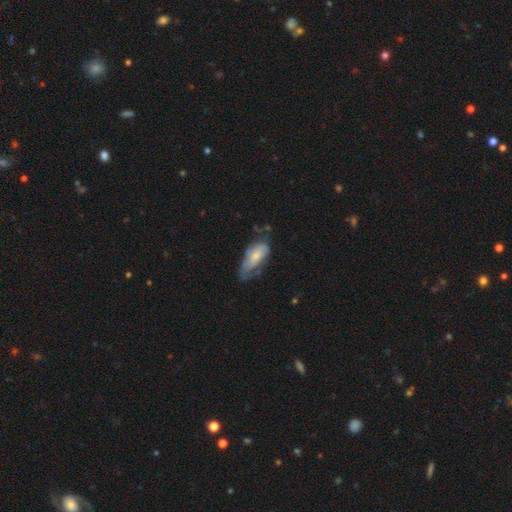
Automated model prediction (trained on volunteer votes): smooth 63%, featured or disk 31%, star or artifact 6%. Down the decision tree: how rounded — in between (83%); merging — minor disturbance (37%).